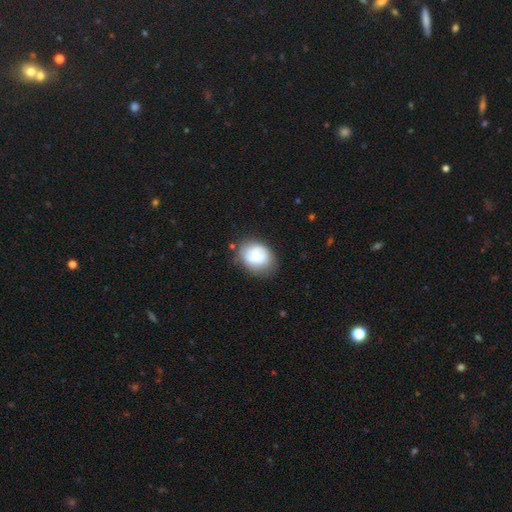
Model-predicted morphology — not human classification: This is likely a smooth galaxy (66%). How rounded: possibly in between (50%). Merging: likely none (67%).